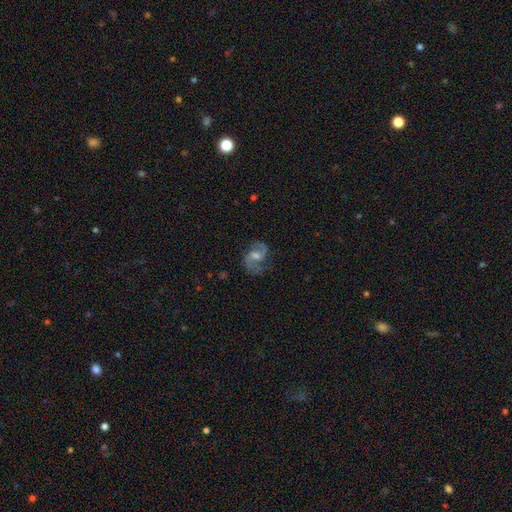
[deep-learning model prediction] featured or disk 87%, star or artifact 7%, smooth 6%. Down the decision tree: edge-on disk — no (98%); bar — weak (50%); spiral arms — yes (97%); spiral arm count — 2 (92%); spiral winding — medium (55%); bulge size — moderate (57%); merging — none (78%).